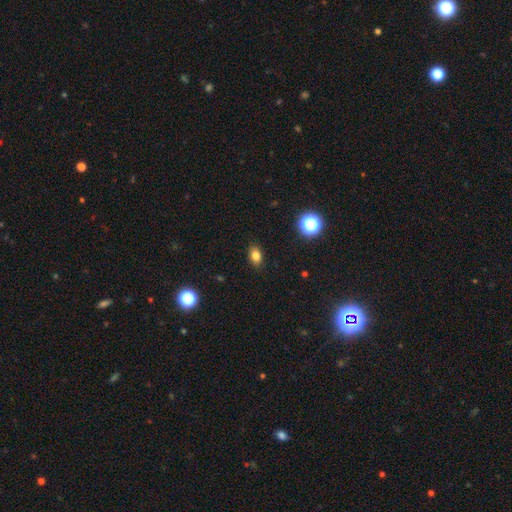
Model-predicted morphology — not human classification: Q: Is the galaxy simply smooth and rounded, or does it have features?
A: smooth — 81%.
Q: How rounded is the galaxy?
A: in between — 78%.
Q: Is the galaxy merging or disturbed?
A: none — 89%.